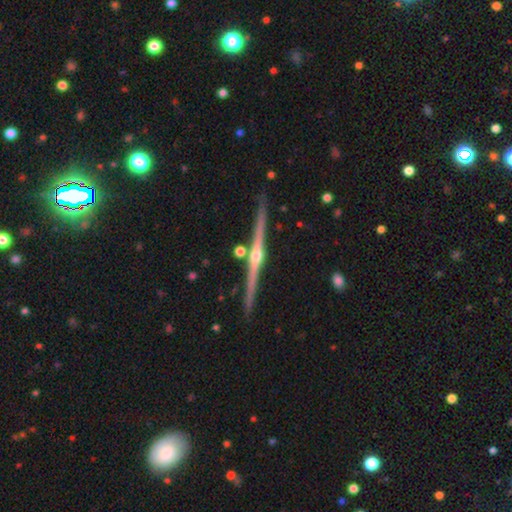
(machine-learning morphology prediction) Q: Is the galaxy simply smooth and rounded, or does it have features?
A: featured or disk — 86%.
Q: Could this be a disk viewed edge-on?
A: yes — 98%.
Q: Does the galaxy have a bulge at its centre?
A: rounded — 93%.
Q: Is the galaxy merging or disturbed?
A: none — 87%.